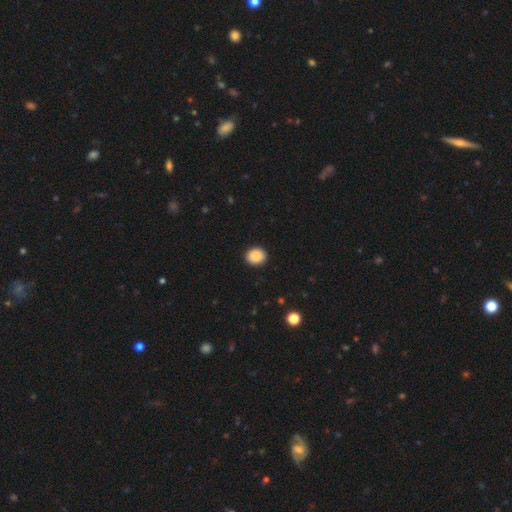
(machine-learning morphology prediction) Smooth or featured? smooth (86%)
How rounded? round (74%)
Merging? none (93%)